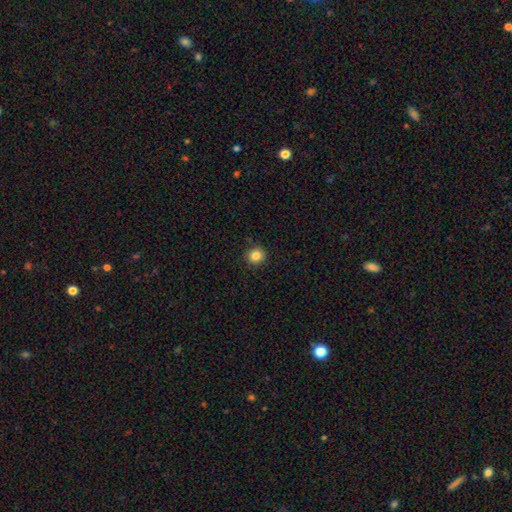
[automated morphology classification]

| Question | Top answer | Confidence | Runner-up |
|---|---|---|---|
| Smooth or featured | smooth | 84% | star or artifact (11%) |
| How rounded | round | 93% | in between (6%) |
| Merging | none | 91% | minor disturbance (6%) |